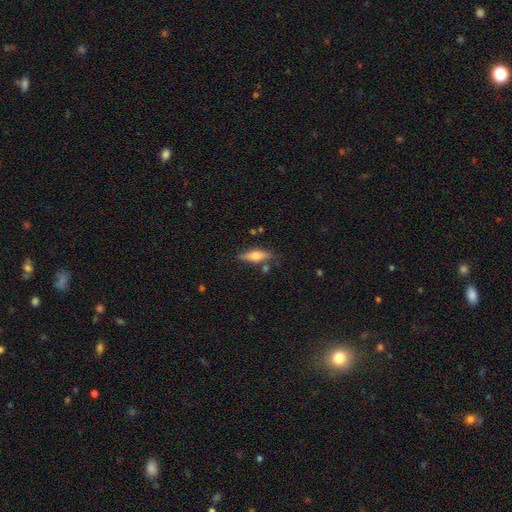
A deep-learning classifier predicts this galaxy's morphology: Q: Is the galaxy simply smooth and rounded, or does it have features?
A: smooth — 56%.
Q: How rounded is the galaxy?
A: cigar-shaped — 52%.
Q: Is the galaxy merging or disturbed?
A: none — 76%.